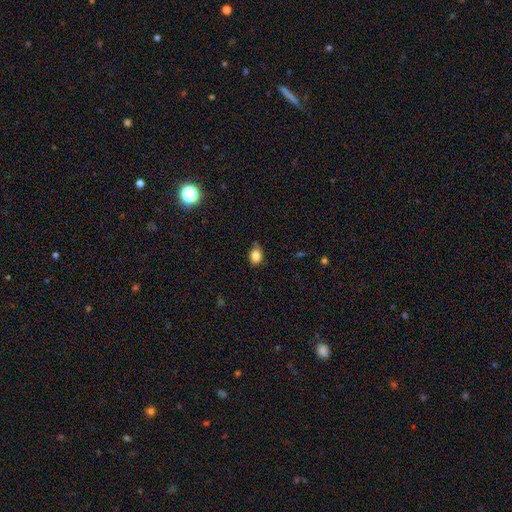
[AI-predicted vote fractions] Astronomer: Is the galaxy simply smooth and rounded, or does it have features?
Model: smooth — 82%.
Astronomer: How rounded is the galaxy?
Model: in between — 66%.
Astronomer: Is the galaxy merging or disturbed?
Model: none — 69%.